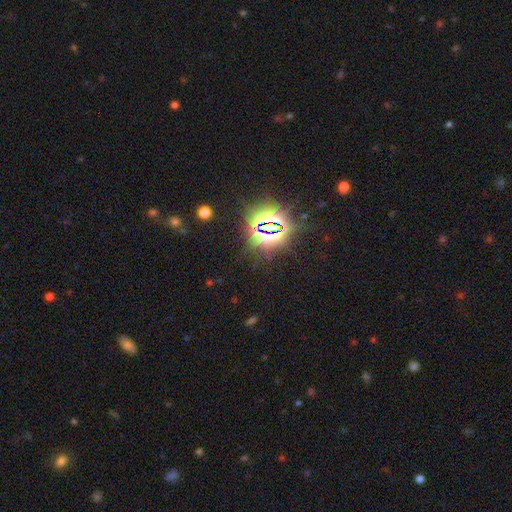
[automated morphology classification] A star or artifact, not a galaxy (82%).